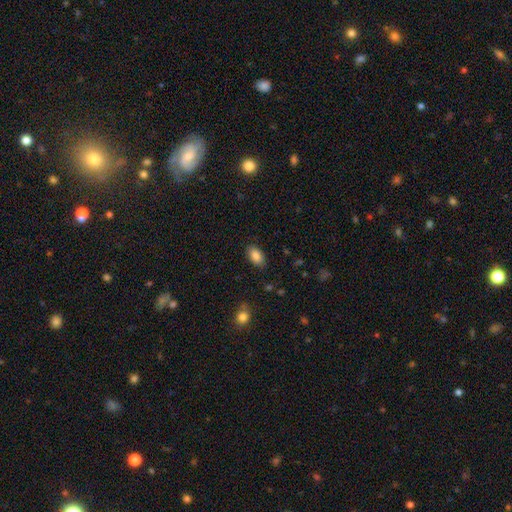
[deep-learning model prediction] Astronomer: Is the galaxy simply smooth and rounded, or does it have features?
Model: smooth — 87%.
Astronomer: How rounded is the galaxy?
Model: in between — 93%.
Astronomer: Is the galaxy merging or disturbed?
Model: none — 86%.